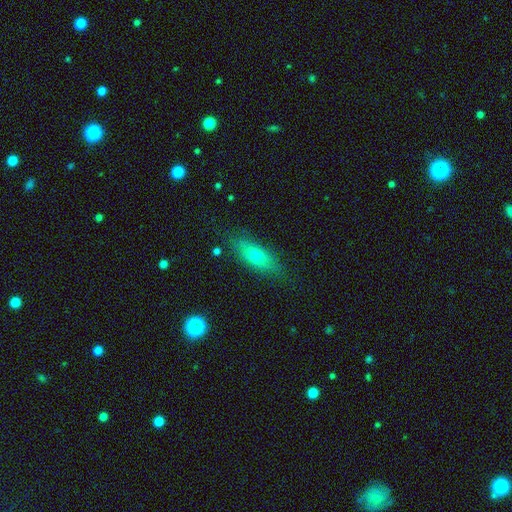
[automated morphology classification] Smooth or featured?
  - smooth: 67% *
  - featured or disk: 25%
  - star or artifact: 8%
How rounded?
  - in between: 57% *
  - cigar-shaped: 39%
  - round: 4%
Merging?
  - none: 81% *
  - minor disturbance: 14%
  - major disturbance: 4%
  - merger: 2%